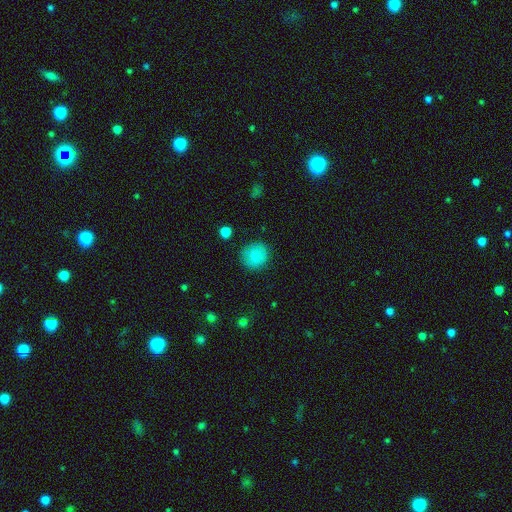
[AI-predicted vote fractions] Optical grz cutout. It shows a smooth galaxy with no disk features (86%) that is round (89%). Merging: none (85%).